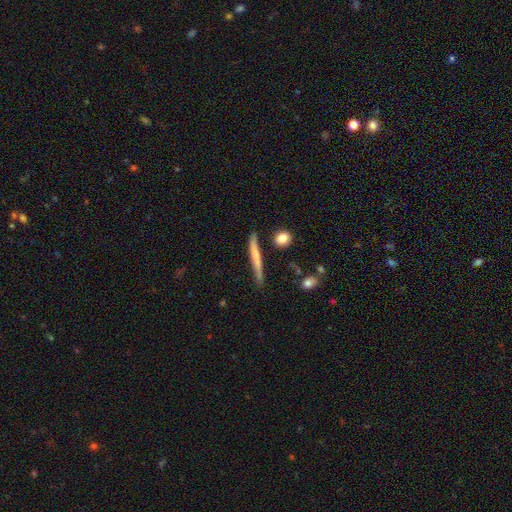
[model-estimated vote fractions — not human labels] This appears to be a smooth galaxy with no disk features (55%) that is cigar-shaped (95%). Merging: none (78%).